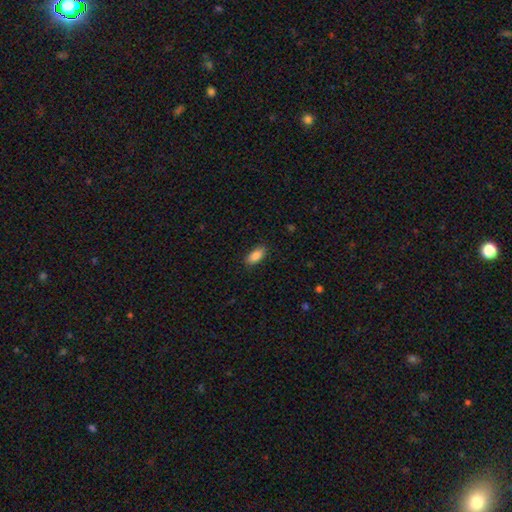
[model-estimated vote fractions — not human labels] Smooth or featured?
  - smooth: 87% *
  - star or artifact: 7%
  - featured or disk: 6%
How rounded?
  - in between: 86% *
  - cigar-shaped: 11%
  - round: 3%
Merging?
  - none: 86% *
  - minor disturbance: 10%
  - major disturbance: 2%
  - merger: 1%